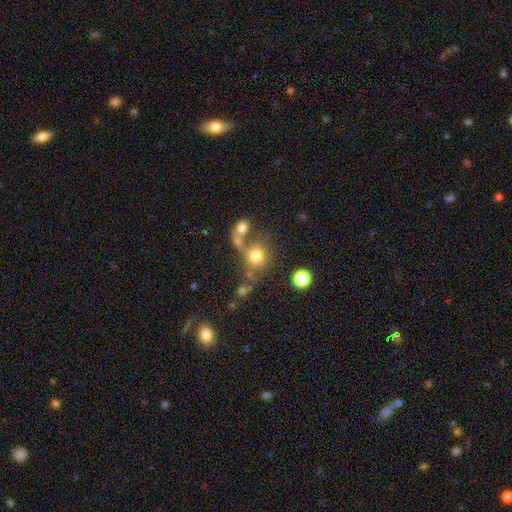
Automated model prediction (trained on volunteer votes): Q: Smooth or featured?
A: smooth (75%); runner-up: star or artifact (13%)
Q: How rounded?
A: round (82%); runner-up: in between (16%)
Q: Merging?
A: none (49%); runner-up: merger (31%)